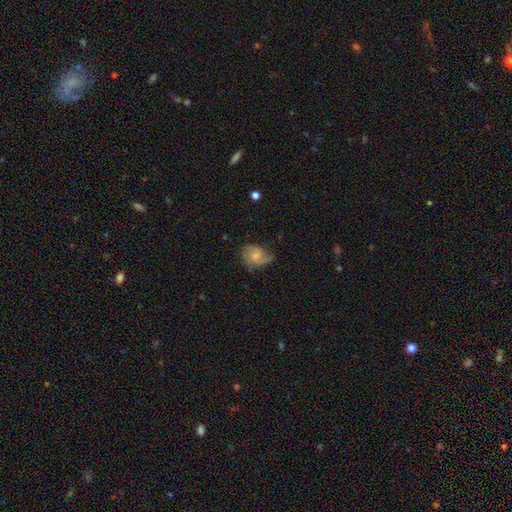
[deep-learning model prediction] Smooth or featured? featured or disk (60%)
Edge-on disk? no (97%)
Bar? no (63%)
Spiral arms? yes (89%)
Spiral winding? medium (45%)
Spiral arm count? 2 (64%)
Bulge size? small (47%)
Merging? none (52%)